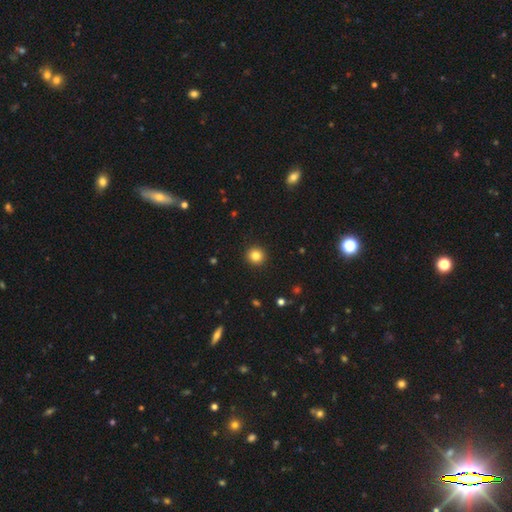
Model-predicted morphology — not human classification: smooth_or_featured: smooth (p=0.83) [alt: star or artifact p=0.11]
how_rounded: round (p=0.95) [alt: in between p=0.05]
merging: none (p=0.93) [alt: minor disturbance p=0.04]